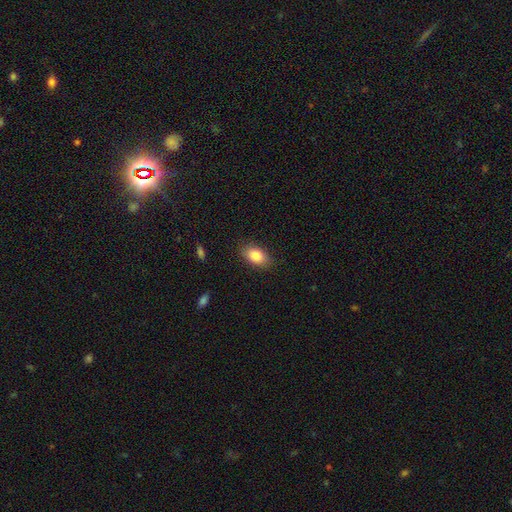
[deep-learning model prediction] A smooth galaxy with no disk features (84%) that is in between round and cigar-shaped (89%).

Vote fractions:
- Smooth or featured? smooth: 84% / featured or disk: 8% / star or artifact: 8%
- How rounded? in between: 89% / round: 8% / cigar-shaped: 2%
- Merging? none: 86% / minor disturbance: 11% / major disturbance: 3% / merger: 1%